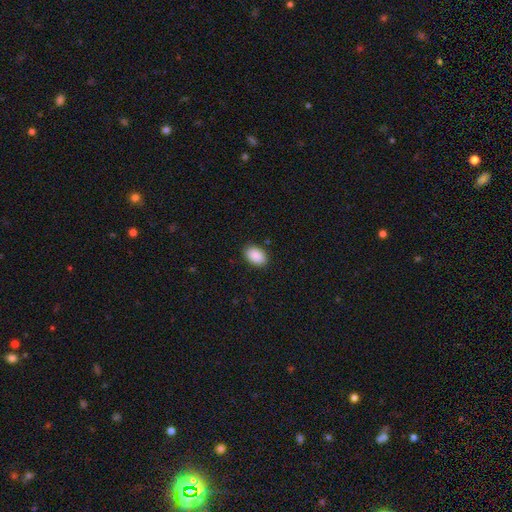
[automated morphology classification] Smooth or featured: smooth — 90% (star or artifact — 7%)
How rounded: in between — 88% (round — 11%)
Merging: none — 89% (minor disturbance — 8%)